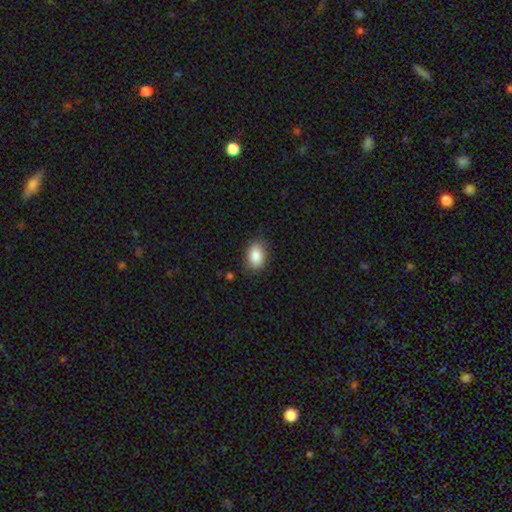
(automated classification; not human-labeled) Smooth or featured?
  - smooth: 86% *
  - star or artifact: 7%
  - featured or disk: 6%
How rounded?
  - in between: 85% *
  - round: 14%
  - cigar-shaped: 1%
Merging?
  - none: 82% *
  - minor disturbance: 14%
  - major disturbance: 3%
  - merger: 1%